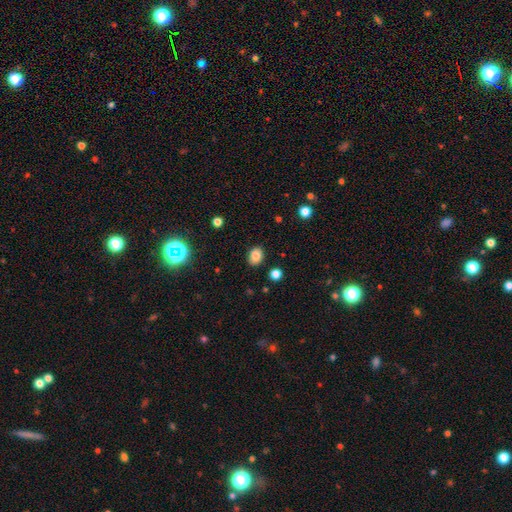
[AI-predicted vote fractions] The model was most divided on "how rounded": in between: 62%, round: 37%, cigar-shaped: 1%. More confident: merging — none (86%); smooth or featured — smooth (81%).